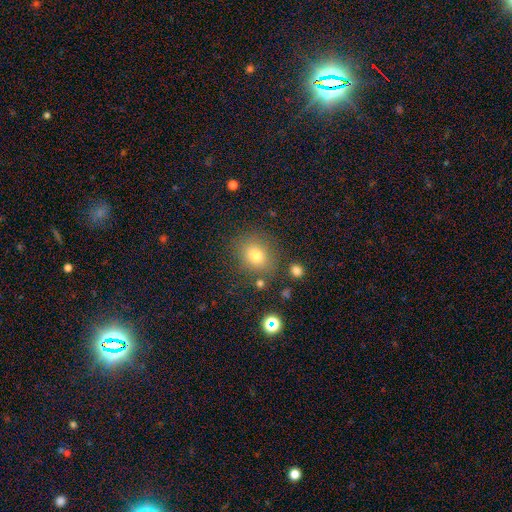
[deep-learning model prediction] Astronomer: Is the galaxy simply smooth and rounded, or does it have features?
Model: smooth — 76%.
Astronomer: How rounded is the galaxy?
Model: round — 68%.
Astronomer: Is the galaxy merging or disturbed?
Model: none — 79%.